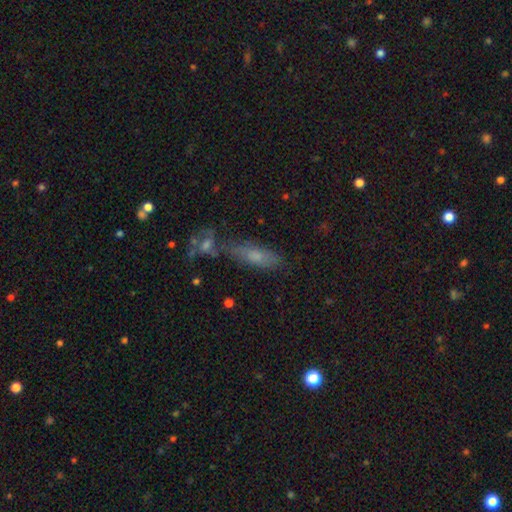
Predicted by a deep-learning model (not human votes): smooth-or-featured: smooth: 63% | featured or disk: 25% | star or artifact: 13%
  how-rounded: in between: 52% | cigar-shaped: 44% | round: 4%
  merging: none: 55% | merger: 20% | minor disturbance: 18% | major disturbance: 8%